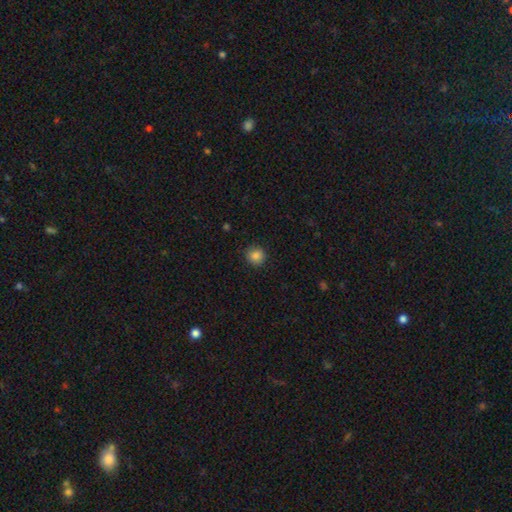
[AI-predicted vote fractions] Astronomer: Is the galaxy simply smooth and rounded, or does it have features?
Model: smooth — 86%.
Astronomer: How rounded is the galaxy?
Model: round — 92%.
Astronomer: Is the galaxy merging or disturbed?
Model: none — 91%.